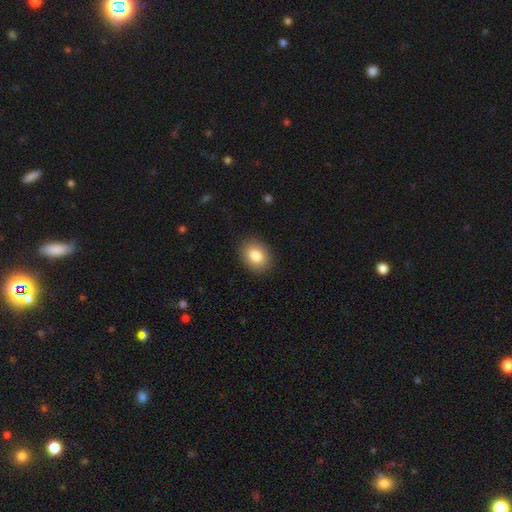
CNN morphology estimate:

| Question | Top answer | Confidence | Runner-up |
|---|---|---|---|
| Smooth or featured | smooth | 83% | featured or disk (9%) |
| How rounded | in between | 60% | round (39%) |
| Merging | none | 89% | minor disturbance (8%) |